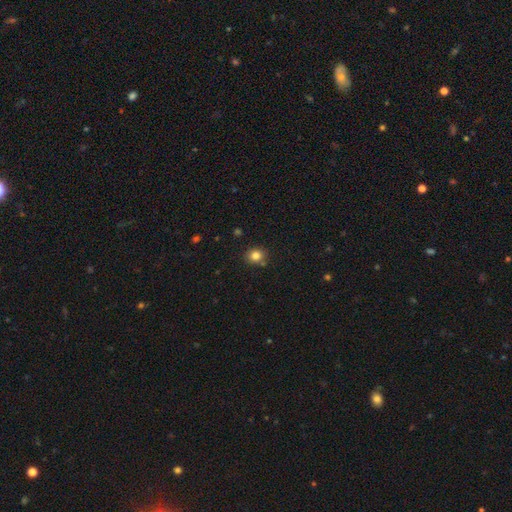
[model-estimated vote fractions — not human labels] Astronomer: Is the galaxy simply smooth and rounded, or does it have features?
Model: smooth — 82%.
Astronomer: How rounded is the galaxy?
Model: round — 80%.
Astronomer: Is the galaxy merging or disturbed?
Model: none — 81%.